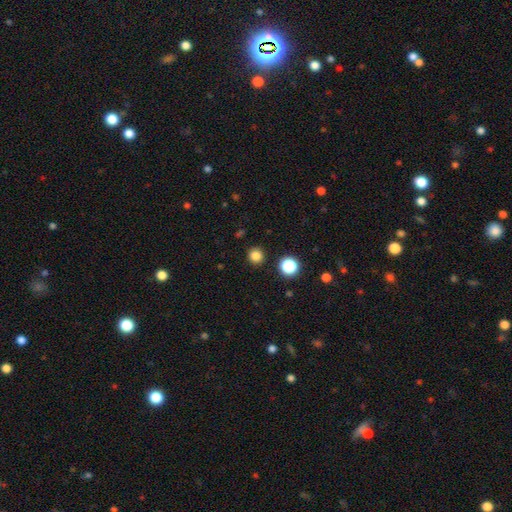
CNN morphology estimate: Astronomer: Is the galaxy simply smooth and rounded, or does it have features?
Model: smooth — 82%.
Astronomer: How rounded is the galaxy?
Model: round — 93%.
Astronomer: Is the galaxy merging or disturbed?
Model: none — 91%.